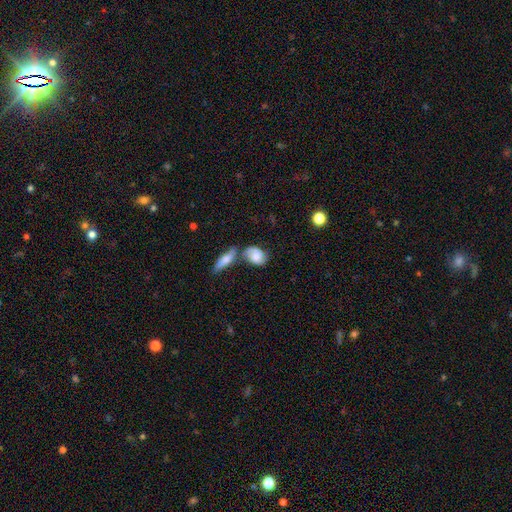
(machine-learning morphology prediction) This appears to be a smooth galaxy with no disk features (70%) that is in between round and cigar-shaped (78%). Merging: none (42%).